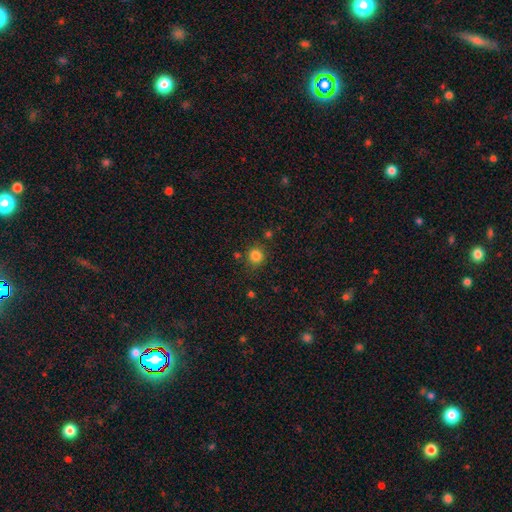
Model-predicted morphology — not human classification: The model was most divided on "merging": none: 81%, minor disturbance: 11%, merger: 5%, major disturbance: 3%. More confident: how rounded — round (91%); smooth or featured — smooth (83%).